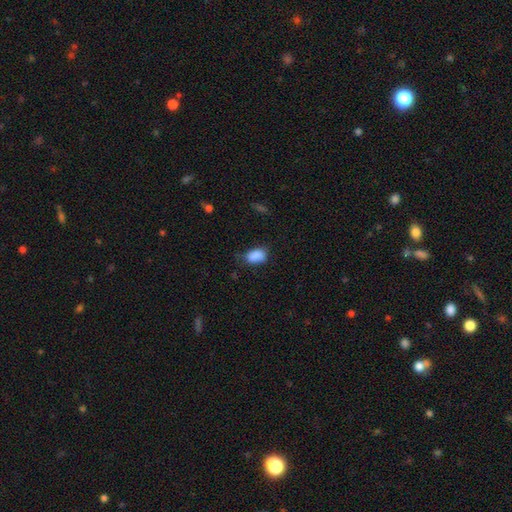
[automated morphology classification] type=smooth (87%); roundness=in between (88%); merging=none (60%).